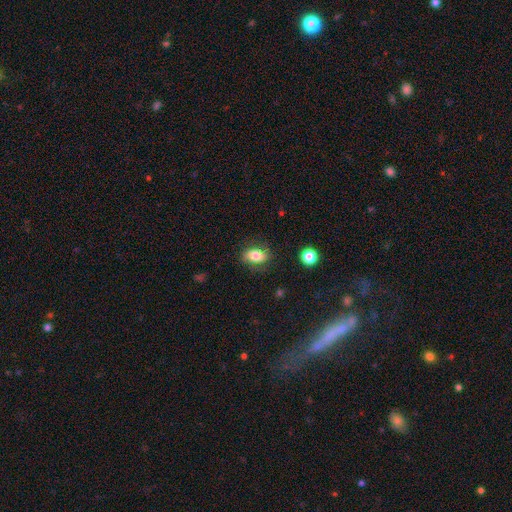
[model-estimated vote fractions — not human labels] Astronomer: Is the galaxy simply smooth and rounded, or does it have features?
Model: smooth — 75%.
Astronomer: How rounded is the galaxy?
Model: in between — 82%.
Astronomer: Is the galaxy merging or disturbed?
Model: none — 74%.